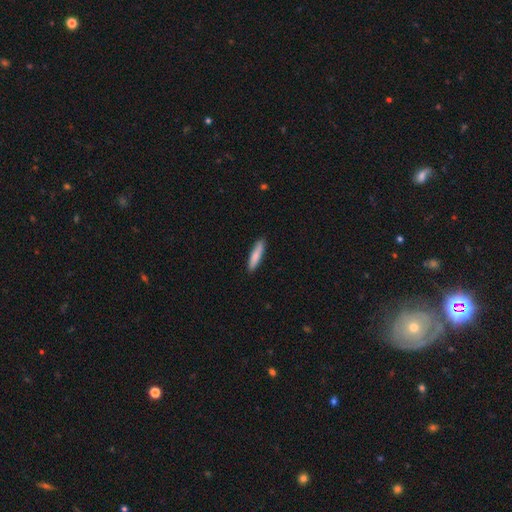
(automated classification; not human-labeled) smooth_or_featured: smooth (p=0.83) [alt: featured or disk p=0.11]
how_rounded: cigar-shaped (p=0.84) [alt: in between p=0.15]
merging: none (p=0.89) [alt: minor disturbance p=0.08]